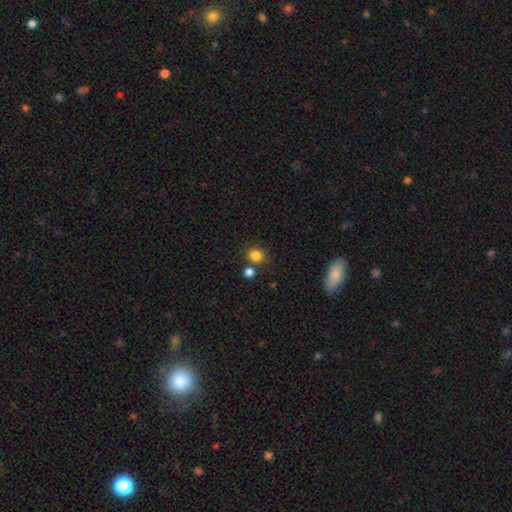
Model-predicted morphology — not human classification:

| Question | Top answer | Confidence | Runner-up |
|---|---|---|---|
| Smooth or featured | smooth | 83% | star or artifact (12%) |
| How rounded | round | 81% | in between (18%) |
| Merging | none | 75% | merger (13%) |